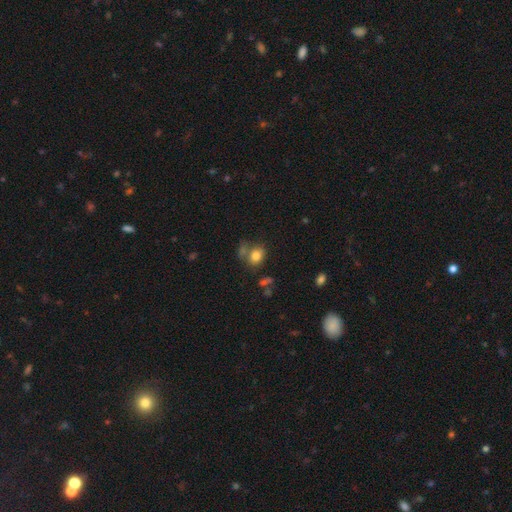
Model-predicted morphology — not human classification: This appears to be a smooth galaxy with no disk features (80%) that is round (52%). Merging: none (55%).